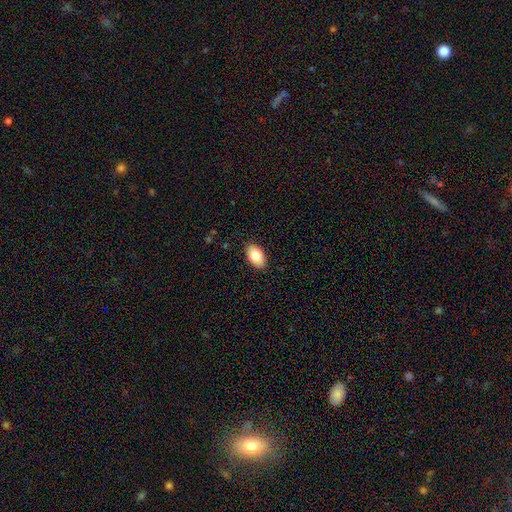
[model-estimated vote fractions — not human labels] This appears to be a smooth galaxy with no disk features (84%) that is in between round and cigar-shaped (93%). Merging: none (89%).